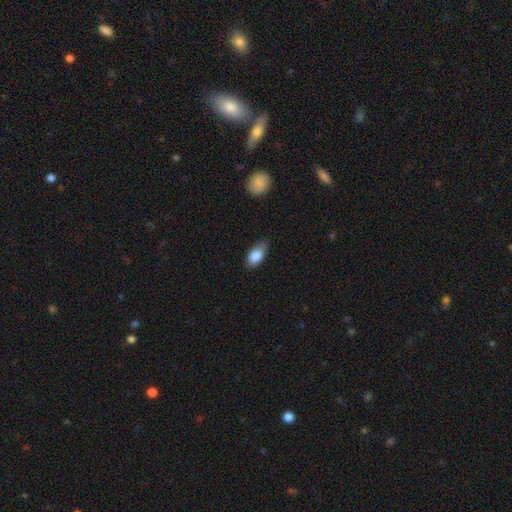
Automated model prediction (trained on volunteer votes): smooth_or_featured: smooth (p=0.85) [alt: featured or disk p=0.08]
how_rounded: in between (p=0.90) [alt: cigar-shaped p=0.05]
merging: none (p=0.65) [alt: minor disturbance p=0.28]